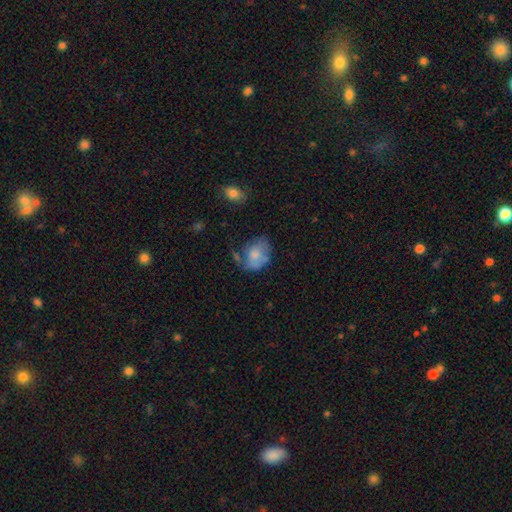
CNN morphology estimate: type=smooth (68%); roundness=in between (67%); merging=none (40%).